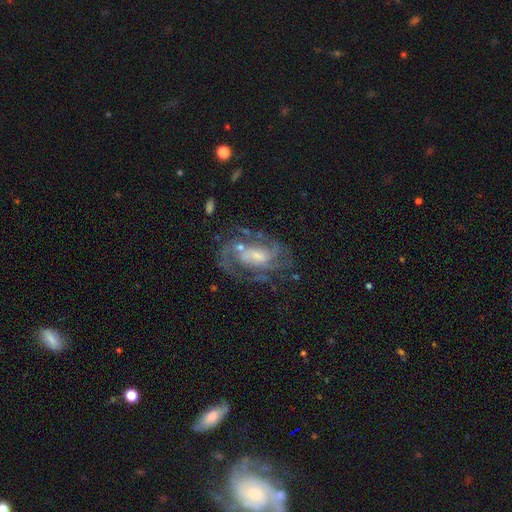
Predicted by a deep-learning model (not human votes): Q: Smooth or featured?
A: featured or disk (85%); runner-up: smooth (8%)
Q: Edge-on disk?
A: no (97%); runner-up: yes (3%)
Q: Bar?
A: no (45%); runner-up: weak (42%)
Q: Spiral arms?
A: yes (93%); runner-up: no (7%)
Q: Spiral winding?
A: medium (46%); runner-up: tight (40%)
Q: Spiral arm count?
A: 2 (31%); runner-up: 3 (24%)
Q: Bulge size?
A: small (43%); runner-up: moderate (39%)
Q: Merging?
A: none (60%); runner-up: minor disturbance (18%)